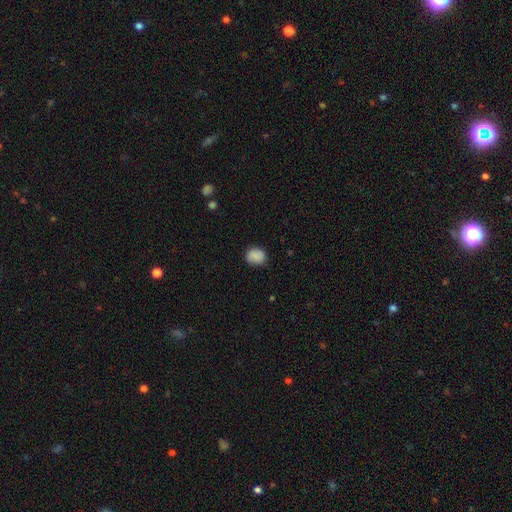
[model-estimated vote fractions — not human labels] The model was most divided on "how rounded": round: 60%, in between: 39%, cigar-shaped: 1%. More confident: smooth or featured — smooth (85%); merging — none (79%).